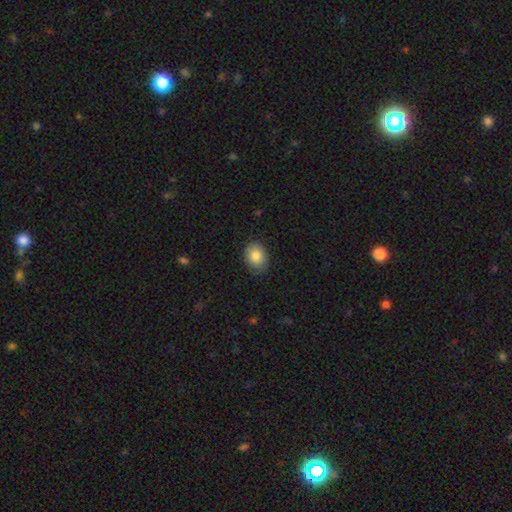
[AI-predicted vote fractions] Smooth or featured? Predicted: smooth (p=0.86). How rounded? Predicted: in between (p=0.65). Merging? Predicted: none (p=0.82).